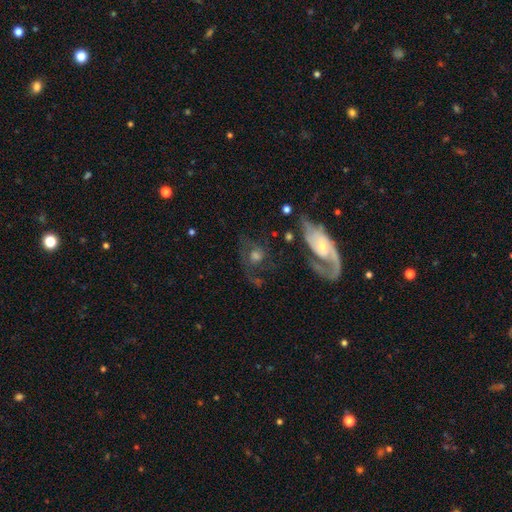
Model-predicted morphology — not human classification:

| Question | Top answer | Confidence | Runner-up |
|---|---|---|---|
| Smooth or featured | featured or disk | 68% | smooth (21%) |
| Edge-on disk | no | 95% | yes (5%) |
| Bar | no | 62% | weak (30%) |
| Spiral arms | yes | 90% | no (10%) |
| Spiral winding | medium | 47% | loose (30%) |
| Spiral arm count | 2 | 66% | 1 (14%) |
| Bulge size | moderate | 43% | small (39%) |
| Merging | none | 53% | major disturbance (21%) |